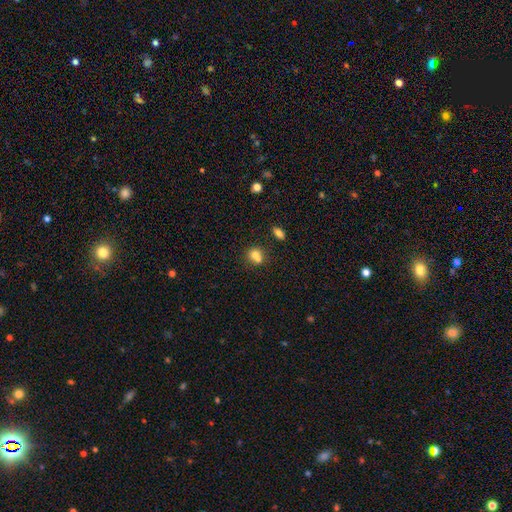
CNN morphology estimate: smooth-or-featured: smooth: 74% | featured or disk: 14% | star or artifact: 12%
  how-rounded: round: 70% | in between: 29% | cigar-shaped: 1%
  merging: merger: 46% | none: 39% | minor disturbance: 11% | major disturbance: 4%